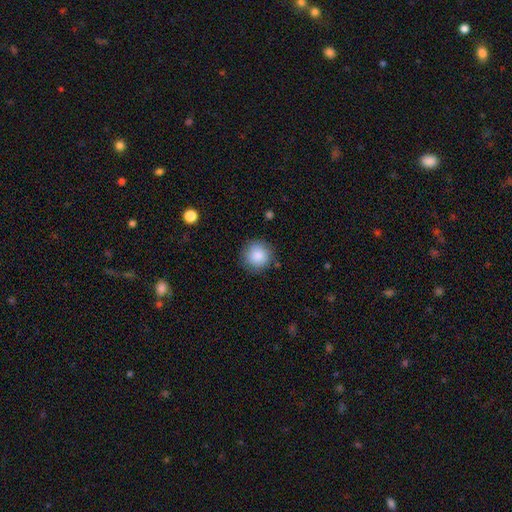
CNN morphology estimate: type=smooth (88%); roundness=round (94%); merging=none (86%).